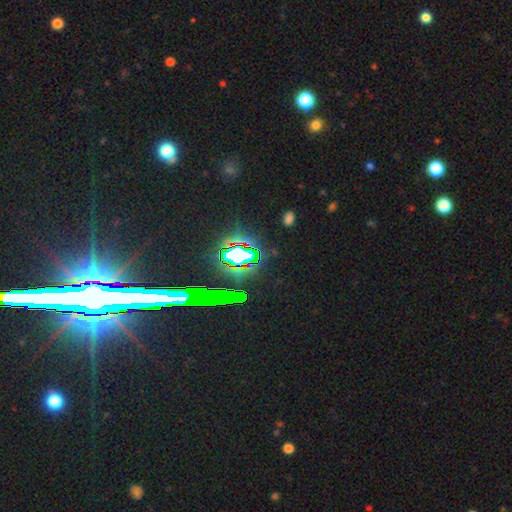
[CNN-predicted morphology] smooth-or-featured: star or artifact: 77% | smooth: 12% | featured or disk: 10%